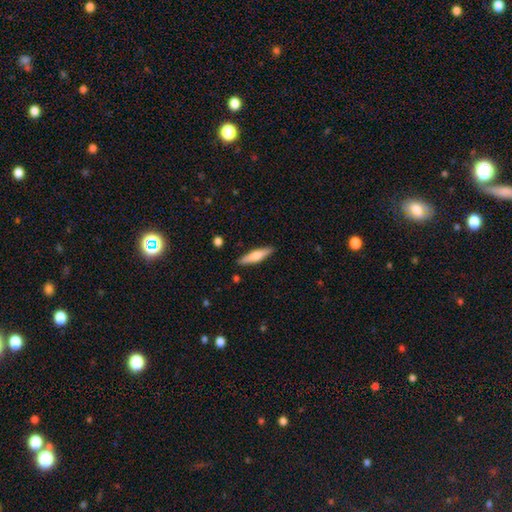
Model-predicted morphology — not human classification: Smooth or featured? smooth (60%)
How rounded? cigar-shaped (79%)
Merging? none (89%)